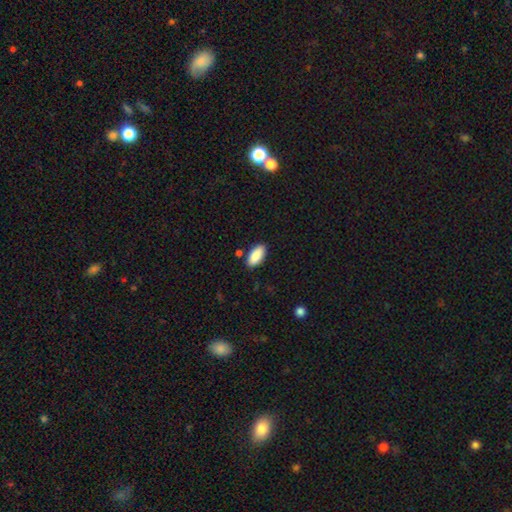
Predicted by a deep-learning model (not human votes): This appears to be a smooth galaxy with no disk features (89%) that is in between round and cigar-shaped (92%). Merging: none (84%).